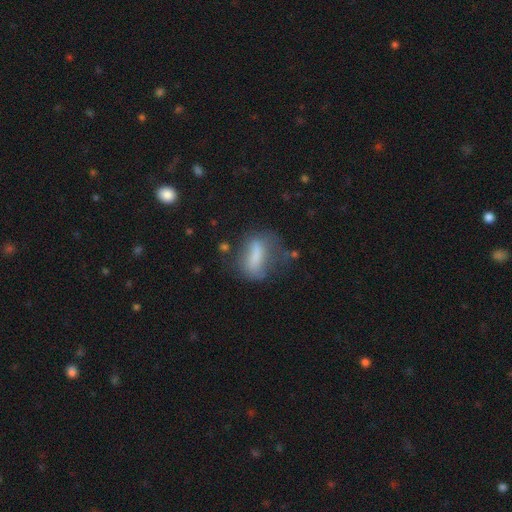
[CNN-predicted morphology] Q: Smooth or featured?
A: smooth (63%); runner-up: featured or disk (27%)
Q: How rounded?
A: in between (62%); runner-up: cigar-shaped (29%)
Q: Merging?
A: none (43%); runner-up: minor disturbance (27%)